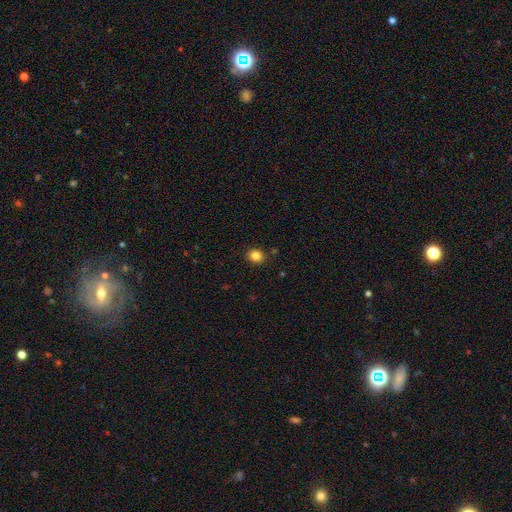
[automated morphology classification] This is clearly a smooth galaxy (84%). How rounded: likely round (66%). Merging: clearly none (89%).